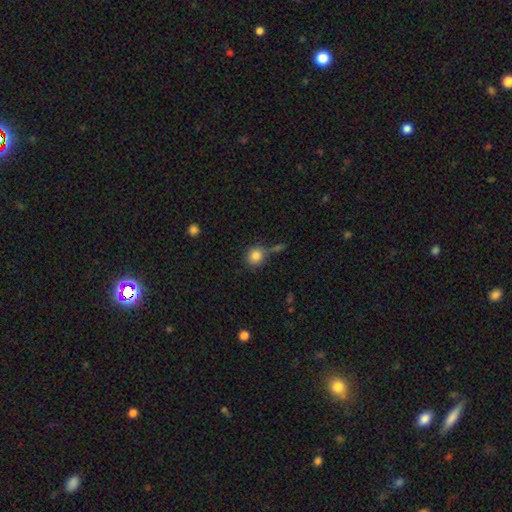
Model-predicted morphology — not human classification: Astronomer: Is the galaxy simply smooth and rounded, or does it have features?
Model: smooth — 84%.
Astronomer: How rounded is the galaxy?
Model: round — 88%.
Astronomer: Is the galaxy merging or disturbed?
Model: none — 67%.